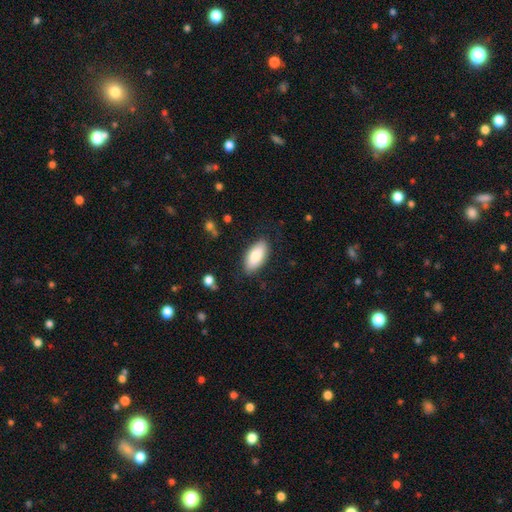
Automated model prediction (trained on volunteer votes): Smooth or featured? smooth (83%)
How rounded? in between (91%)
Merging? none (83%)